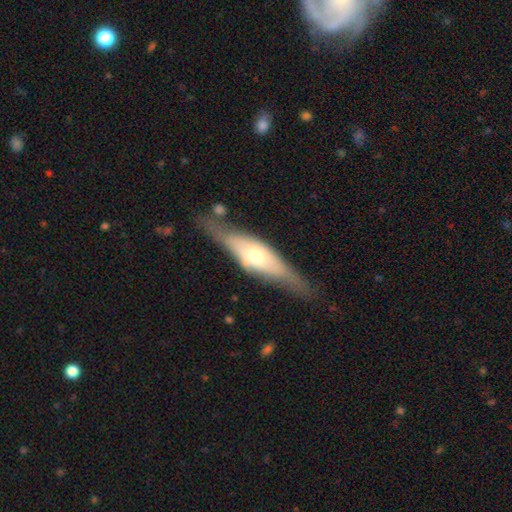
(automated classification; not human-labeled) The model was most divided on "smooth or featured": featured or disk: 66%, smooth: 29%, star or artifact: 6%. More confident: edge-on bulge — rounded (82%); edge-on disk — yes (80%); merging — none (73%).